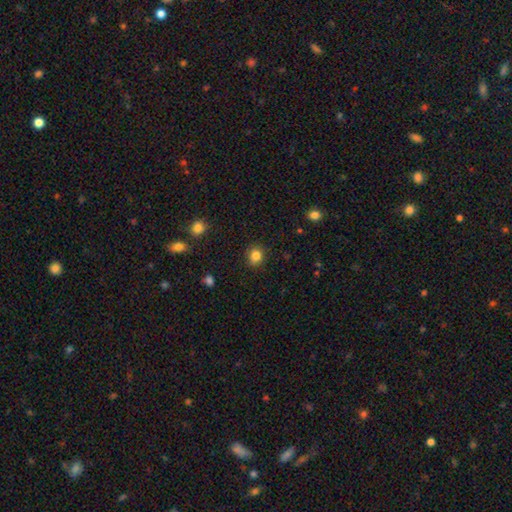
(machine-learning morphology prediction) smooth-or-featured: smooth: 84% | star or artifact: 11% | featured or disk: 5%
  how-rounded: round: 75% | in between: 24% | cigar-shaped: 1%
  merging: none: 87% | minor disturbance: 10% | major disturbance: 2% | merger: 1%